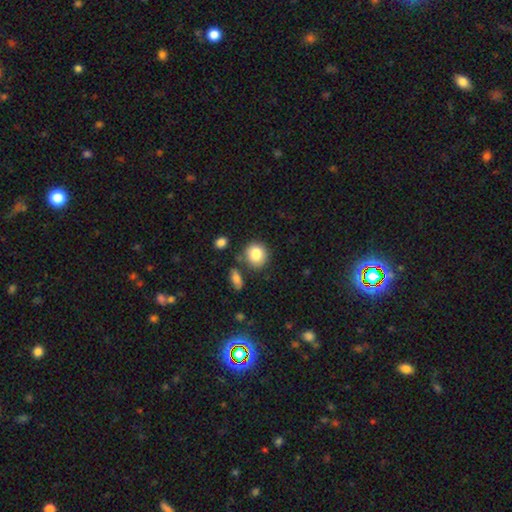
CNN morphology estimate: Smooth or featured? Predicted: smooth (p=0.84). How rounded? Predicted: round (p=0.75). Merging? Predicted: none (p=0.68).